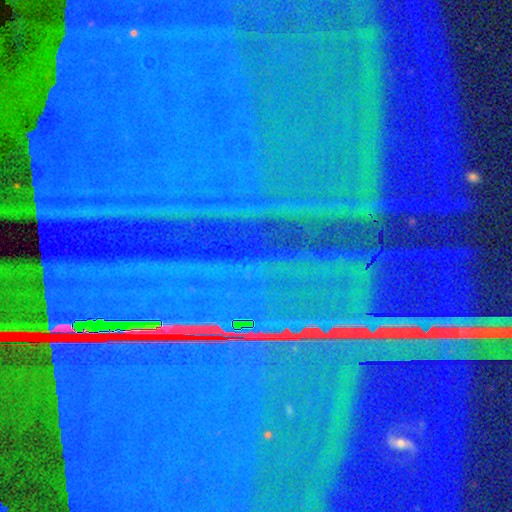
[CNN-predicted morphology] A star or artifact, not a galaxy (88%).

Vote fractions:
- Smooth or featured? star or artifact: 88% / featured or disk: 8% / smooth: 4%